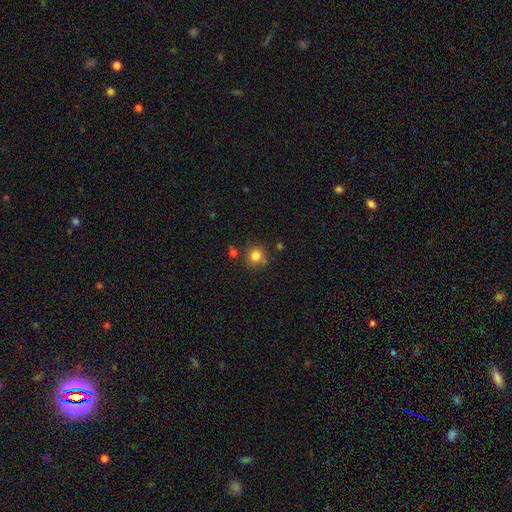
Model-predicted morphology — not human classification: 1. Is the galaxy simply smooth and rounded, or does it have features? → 82% smooth, 12% star or artifact, 6% featured or disk.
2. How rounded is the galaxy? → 91% round, 8% in between, 1% cigar-shaped.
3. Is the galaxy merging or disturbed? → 77% none, 12% minor disturbance, 7% merger, 3% major disturbance.